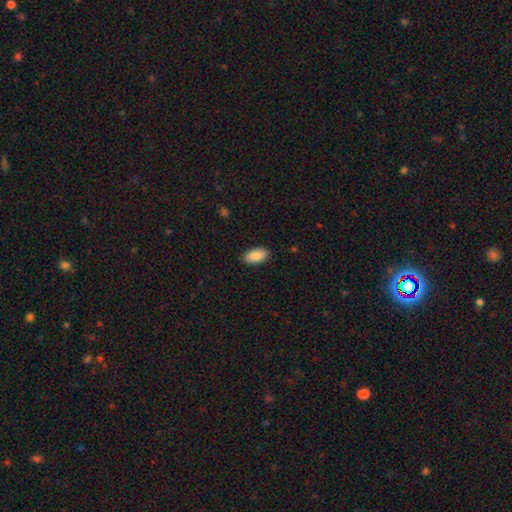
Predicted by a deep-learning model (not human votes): smooth 88%, star or artifact 6%, featured or disk 6%. Down the decision tree: how rounded — in between (94%); merging — none (88%).